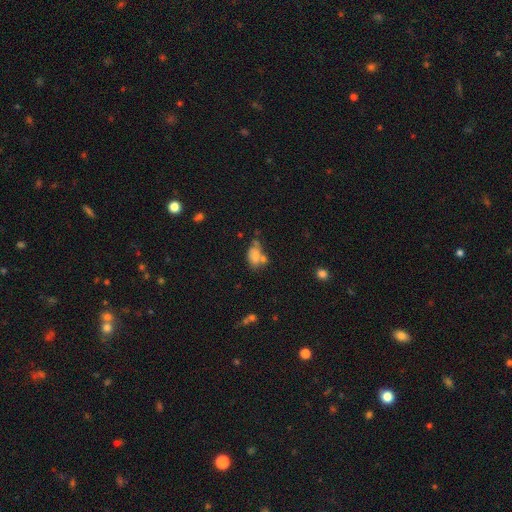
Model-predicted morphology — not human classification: A smooth galaxy with no disk features (68%) that is in between round and cigar-shaped (88%). Merging: none (34%).